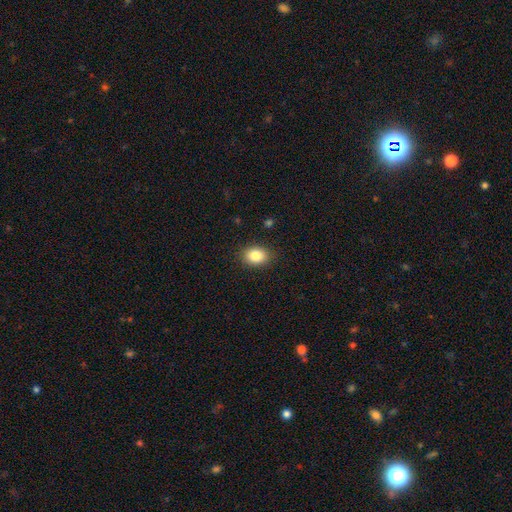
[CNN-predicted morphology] Overall: smooth (85%). How rounded: in between (63%; round 36%). Merging: none (87%).